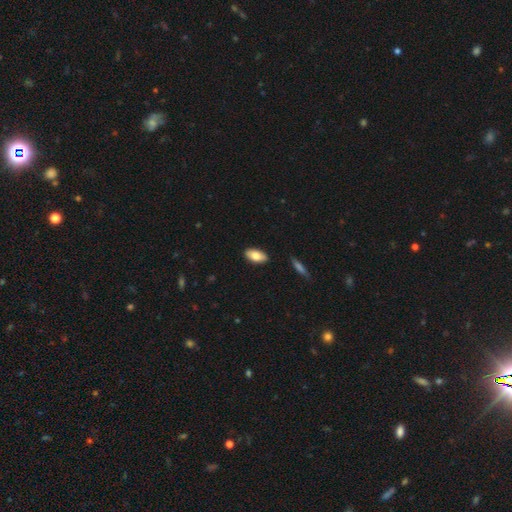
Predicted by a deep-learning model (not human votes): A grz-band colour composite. It shows a smooth galaxy with no disk features (79%) that is in between round and cigar-shaped (91%). Merging: none (89%).